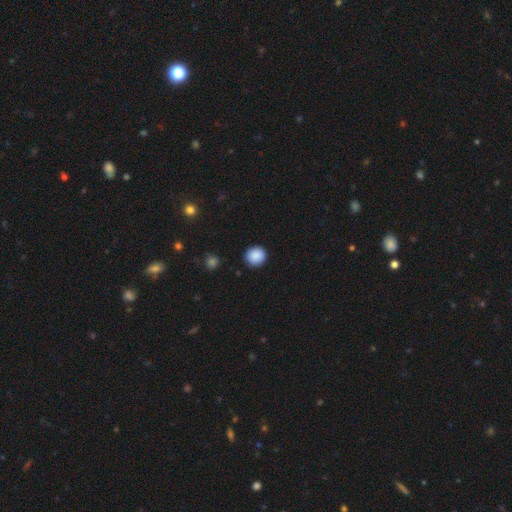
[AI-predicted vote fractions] The model was most divided on "smooth or featured": smooth: 89%, star or artifact: 9%, featured or disk: 3%. More confident: how rounded — round (92%); merging — none (90%).